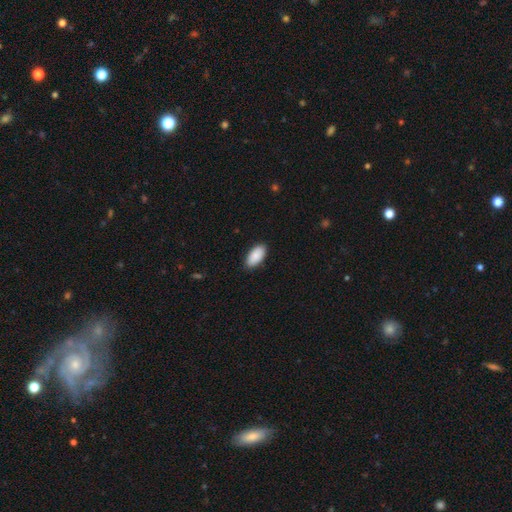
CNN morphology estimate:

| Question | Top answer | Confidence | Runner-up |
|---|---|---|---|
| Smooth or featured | smooth | 89% | star or artifact (6%) |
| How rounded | in between | 95% | cigar-shaped (3%) |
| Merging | none | 86% | minor disturbance (11%) |